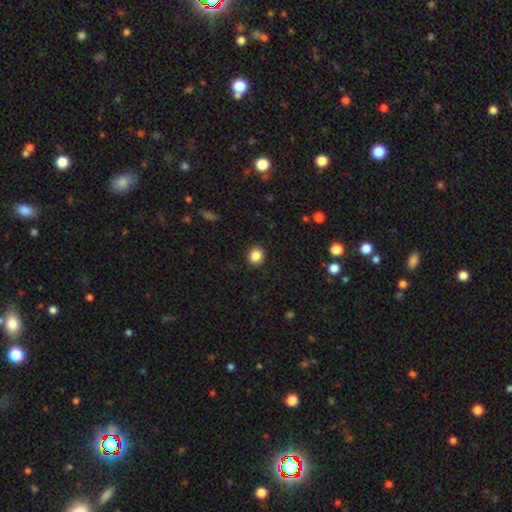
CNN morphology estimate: Smooth or featured? Predicted: smooth (p=0.86). How rounded? Predicted: round (p=0.84). Merging? Predicted: none (p=0.92).